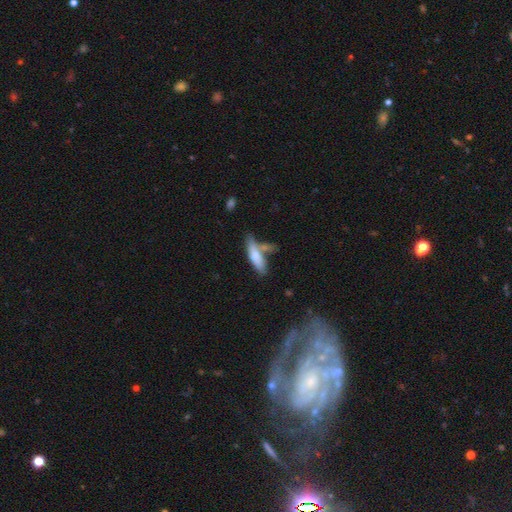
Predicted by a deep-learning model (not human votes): smooth 73%, featured or disk 20%, star or artifact 6%. Down the decision tree: how rounded — cigar-shaped (60%); merging — none (48%).